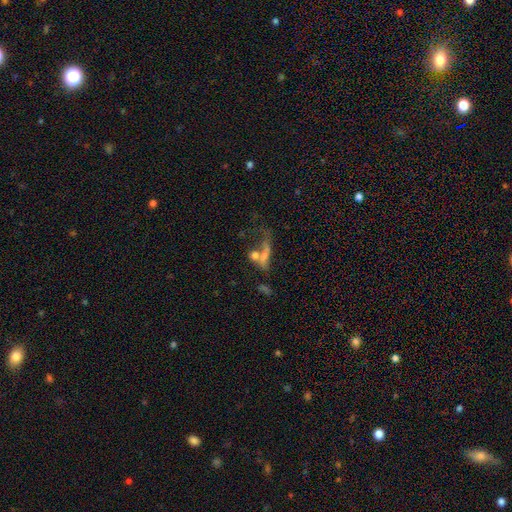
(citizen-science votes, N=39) This is likely a smooth galaxy (72%). How rounded: possibly round (50%). Merging: likely merger (60%).